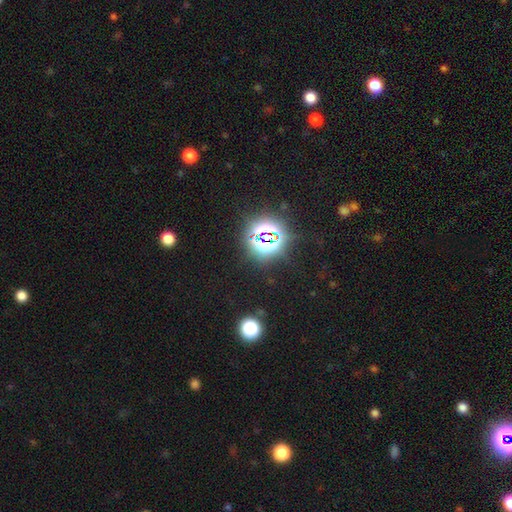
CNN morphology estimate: smooth-or-featured: star or artifact: 82% | smooth: 12% | featured or disk: 6%